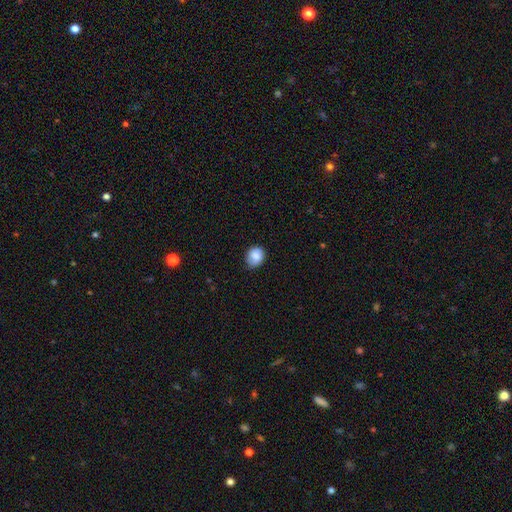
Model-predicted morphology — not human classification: Overall: smooth (84%). How rounded: round (55%; in between 44%). Merging: none (78%).